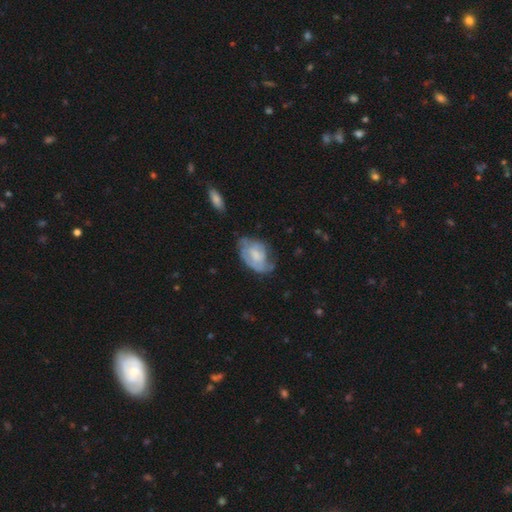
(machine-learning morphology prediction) Overall: featured or disk (54%; smooth 39%). Edge-on disk: no (96%). Bar: no (61%; weak 33%). Spiral arms: yes (62%; no 38%). Bulge size: small (37%; moderate 35%). Merging: none (44%; minor disturbance 34%).